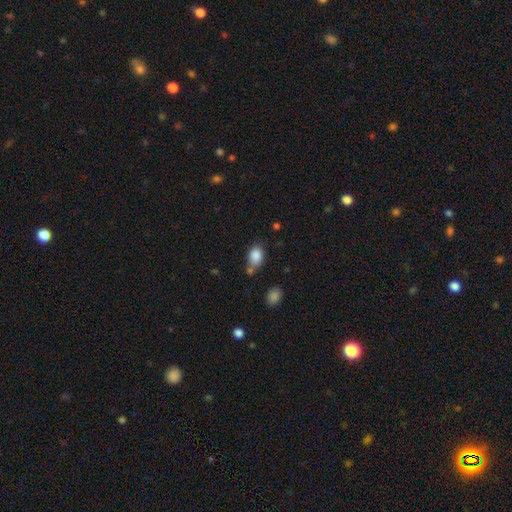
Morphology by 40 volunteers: A smooth galaxy with no disk features (85%) that is in between round and cigar-shaped (85%). Merging: none (78%).